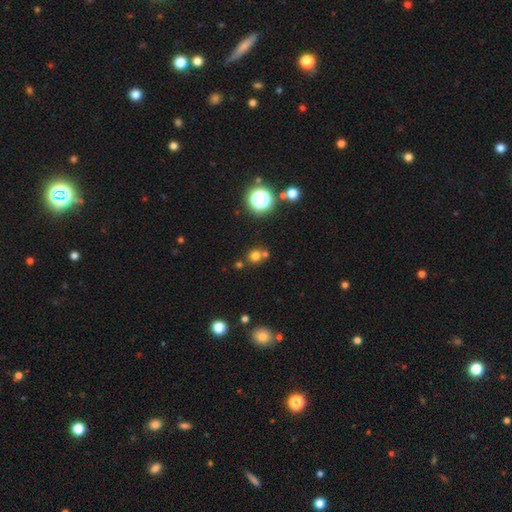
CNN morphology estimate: A smooth galaxy with no disk features (69%) that is round (88%).

Vote fractions:
- Smooth or featured? smooth: 69% / star or artifact: 23% / featured or disk: 8%
- How rounded? round: 88% / in between: 11% / cigar-shaped: 1%
- Merging? none: 67% / merger: 22% / minor disturbance: 8% / major disturbance: 3%